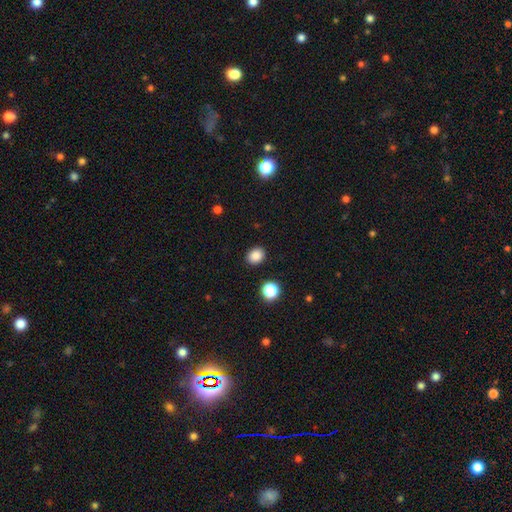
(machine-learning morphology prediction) The model was most divided on "how rounded": in between: 51%, round: 48%, cigar-shaped: 1%. More confident: merging — none (89%); smooth or featured — smooth (85%).